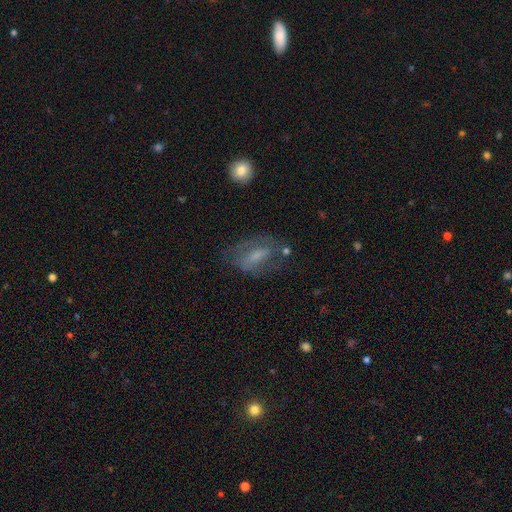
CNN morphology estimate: Smooth or featured: featured or disk — 48% (smooth — 42%)
Merging: none — 54% (minor disturbance — 23%)